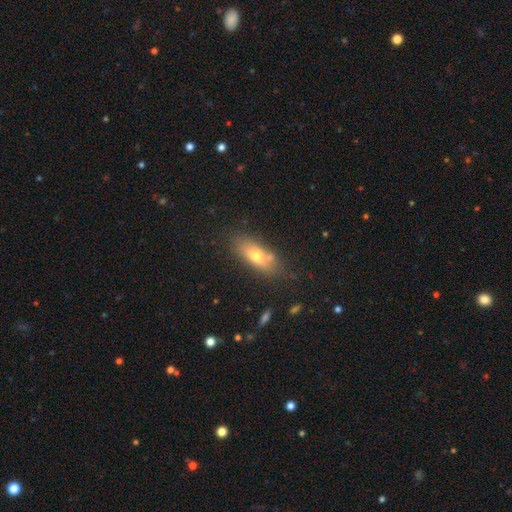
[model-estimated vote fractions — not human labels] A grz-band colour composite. It shows a smooth galaxy with no disk features (59%) that is in between round and cigar-shaped (68%). Merging: none (72%).